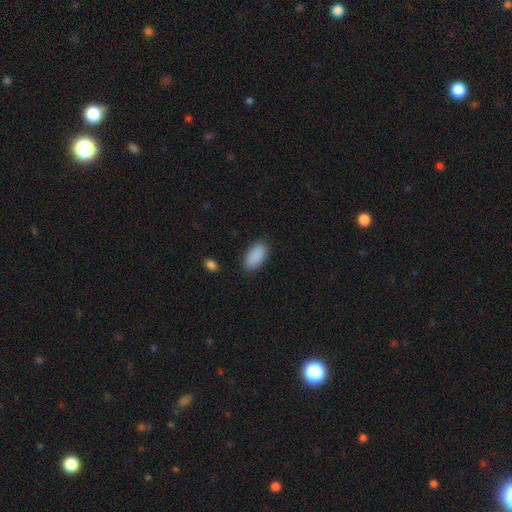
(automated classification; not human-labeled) smooth-or-featured: smooth: 90% | star or artifact: 7% | featured or disk: 3%
  how-rounded: in between: 94% | cigar-shaped: 4% | round: 2%
  merging: none: 87% | minor disturbance: 9% | major disturbance: 2% | merger: 1%